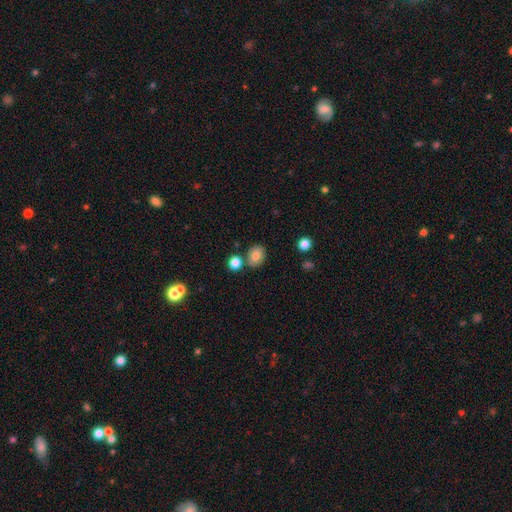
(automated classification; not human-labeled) Q: Smooth or featured?
A: smooth (79%); runner-up: featured or disk (11%)
Q: How rounded?
A: in between (50%); runner-up: round (49%)
Q: Merging?
A: none (73%); runner-up: merger (13%)